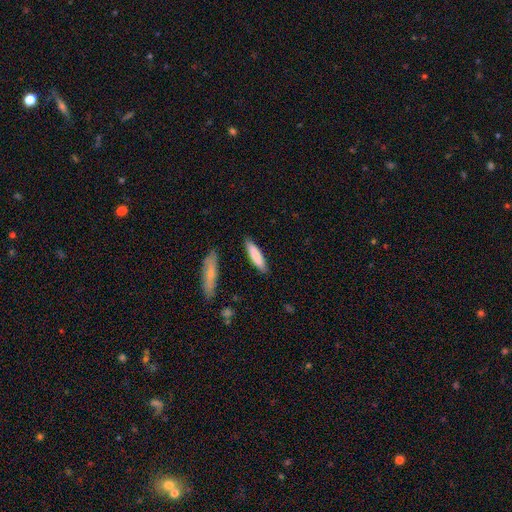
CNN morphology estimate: smooth 82%, featured or disk 13%, star or artifact 5%. Down the decision tree: how rounded — cigar-shaped (76%); merging — none (86%).